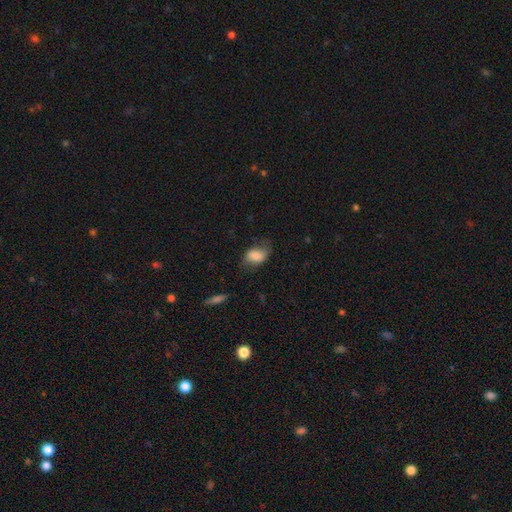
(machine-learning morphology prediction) A smooth galaxy with no disk features (75%) that is in between round and cigar-shaped (83%). Merging: none (51%).